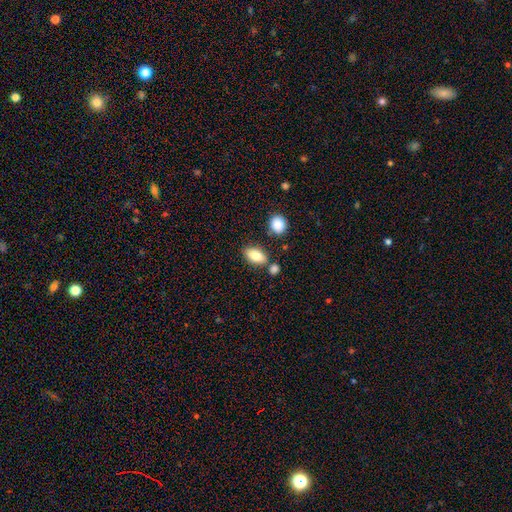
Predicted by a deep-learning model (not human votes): Smooth or featured? smooth (80%)
How rounded? in between (88%)
Merging? none (74%)